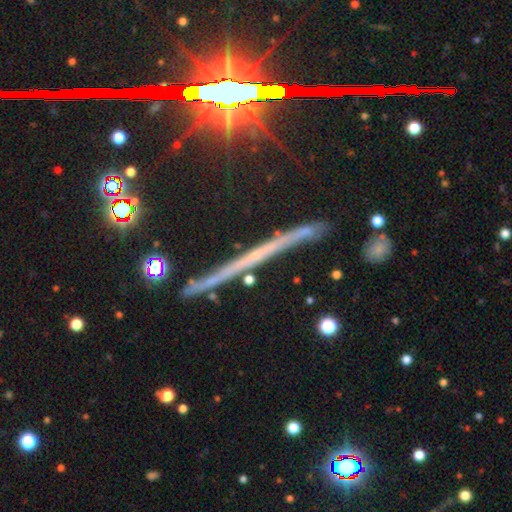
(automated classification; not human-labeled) This appears to be a featured or disk galaxy (63%) viewed edge-on (96%) with no central bulge (79%). Merging: none (83%).